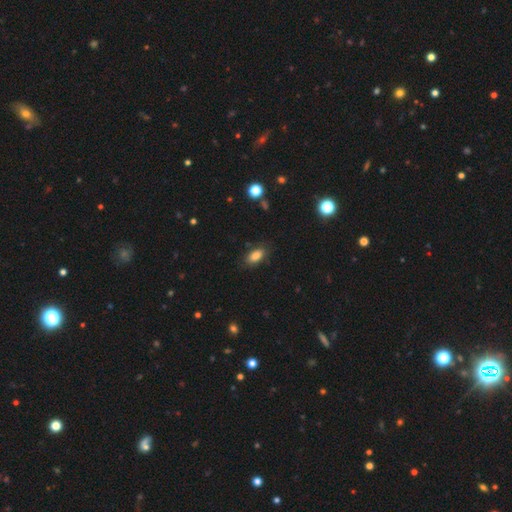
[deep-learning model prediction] A smooth galaxy with no disk features (84%) that is in between round and cigar-shaped (90%).

Vote fractions:
- Smooth or featured? smooth: 84% / star or artifact: 9% / featured or disk: 7%
- How rounded? in between: 90% / cigar-shaped: 5% / round: 5%
- Merging? none: 83% / minor disturbance: 13% / major disturbance: 3% / merger: 1%